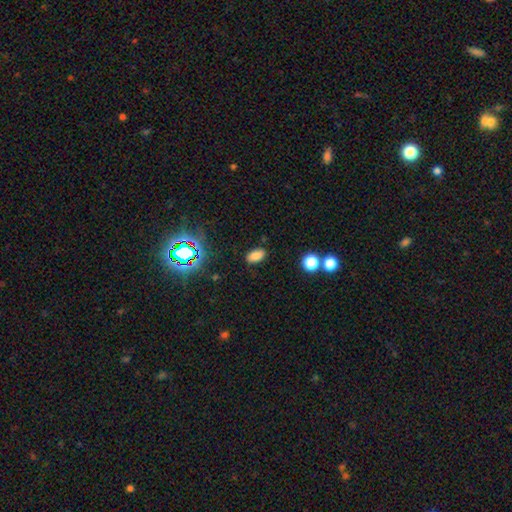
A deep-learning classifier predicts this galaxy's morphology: A smooth galaxy with no disk features (78%) that is in between round and cigar-shaped (91%). Merging: none (86%).